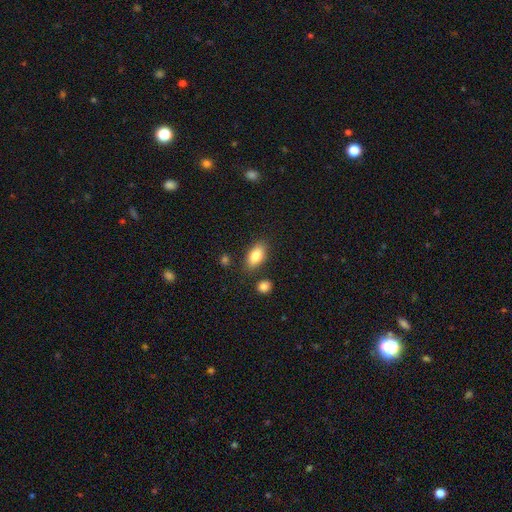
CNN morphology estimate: smooth-or-featured: smooth: 83% | featured or disk: 10% | star or artifact: 7%
  how-rounded: in between: 89% | cigar-shaped: 6% | round: 5%
  merging: none: 81% | minor disturbance: 12% | merger: 4% | major disturbance: 3%